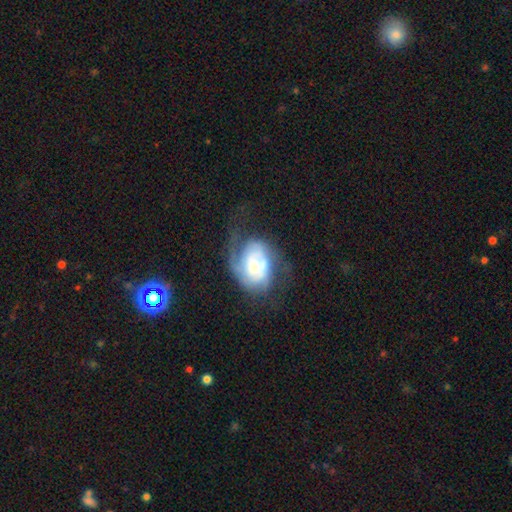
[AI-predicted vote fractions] Q: Smooth or featured?
A: featured or disk (68%); runner-up: smooth (25%)
Q: Edge-on disk?
A: no (97%); runner-up: yes (3%)
Q: Bar?
A: no (71%); runner-up: weak (24%)
Q: Spiral arms?
A: yes (81%); runner-up: no (19%)
Q: Spiral winding?
A: tight (42%); runner-up: medium (36%)
Q: Spiral arm count?
A: 2 (37%); runner-up: can't tell (32%)
Q: Bulge size?
A: small (48%); runner-up: moderate (37%)
Q: Merging?
A: none (40%); runner-up: major disturbance (32%)